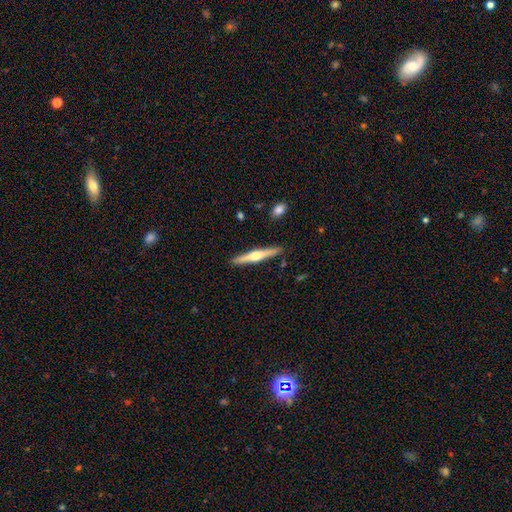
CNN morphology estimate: Smooth or featured? Predicted: featured or disk (p=0.65). Edge-on disk? Predicted: yes (p=0.98). Edge-on bulge? Predicted: rounded (p=0.92). Merging? Predicted: none (p=0.90).